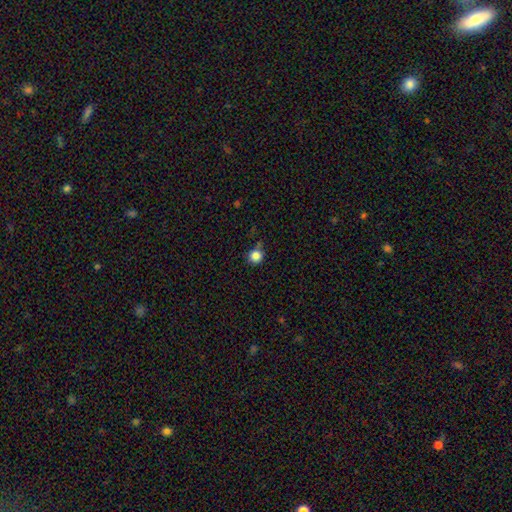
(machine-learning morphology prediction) Smooth or featured? Predicted: smooth (p=0.84). How rounded? Predicted: round (p=0.93). Merging? Predicted: none (p=0.76).